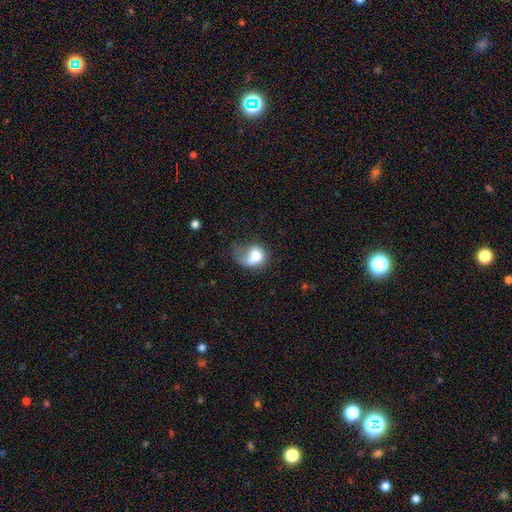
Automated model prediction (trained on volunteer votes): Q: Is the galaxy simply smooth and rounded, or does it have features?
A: smooth — 69%.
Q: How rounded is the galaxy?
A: round — 52%.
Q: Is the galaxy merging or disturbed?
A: major disturbance — 37%.